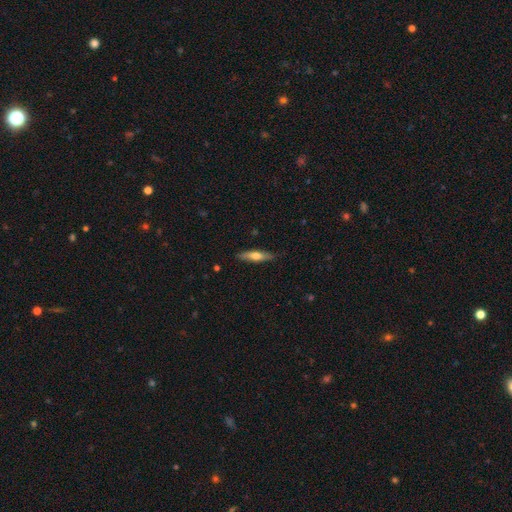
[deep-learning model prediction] Q: Smooth or featured?
A: smooth (56%); runner-up: featured or disk (38%)
Q: How rounded?
A: cigar-shaped (77%); runner-up: in between (21%)
Q: Merging?
A: none (85%); runner-up: minor disturbance (12%)